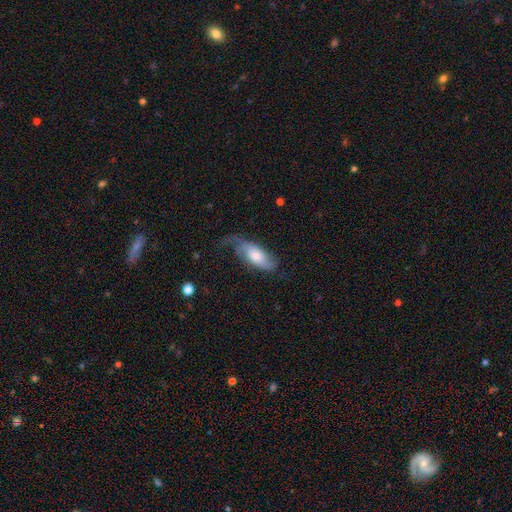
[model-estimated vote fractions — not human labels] Smooth or featured? smooth (49%)
Merging? none (37%)